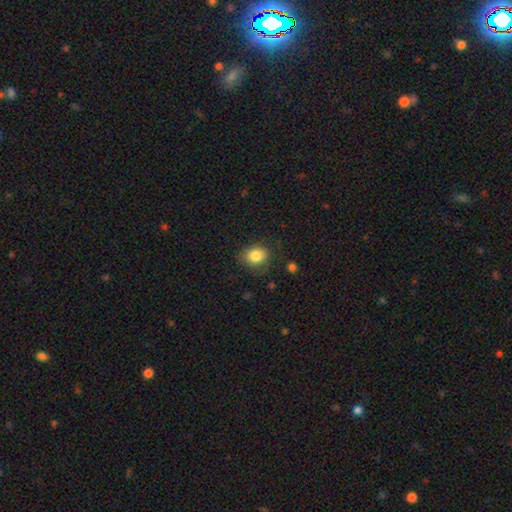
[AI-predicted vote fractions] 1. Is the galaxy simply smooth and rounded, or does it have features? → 84% smooth, 10% star or artifact, 6% featured or disk.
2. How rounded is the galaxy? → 59% round, 40% in between, 1% cigar-shaped.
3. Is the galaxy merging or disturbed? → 78% none, 16% minor disturbance, 4% major disturbance, 1% merger.